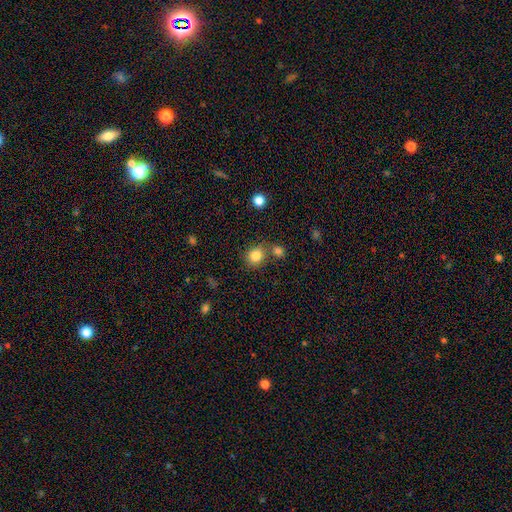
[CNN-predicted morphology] A smooth galaxy with no disk features (83%) that is round (79%). Merging: none (69%).